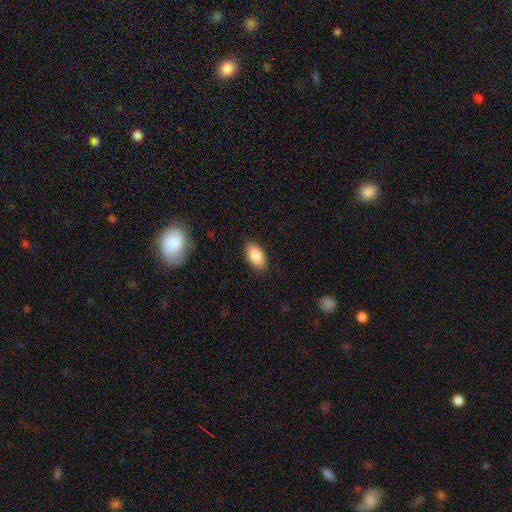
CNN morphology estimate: Q: Smooth or featured?
A: smooth (88%); runner-up: star or artifact (7%)
Q: How rounded?
A: in between (93%); runner-up: round (3%)
Q: Merging?
A: none (86%); runner-up: minor disturbance (10%)